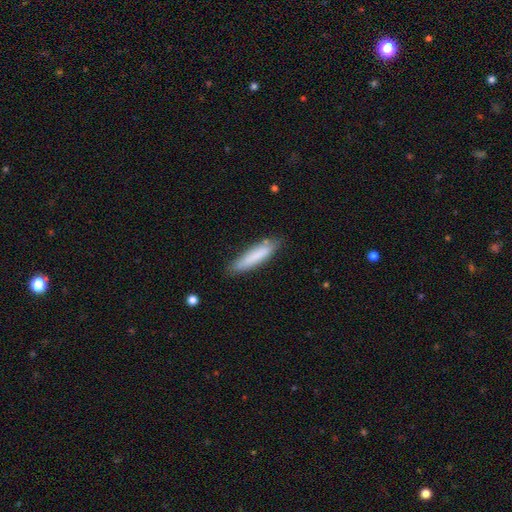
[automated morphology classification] The model was most divided on "how rounded": cigar-shaped: 80%, in between: 18%, round: 1%. More confident: smooth or featured — smooth (80%); merging — none (79%).